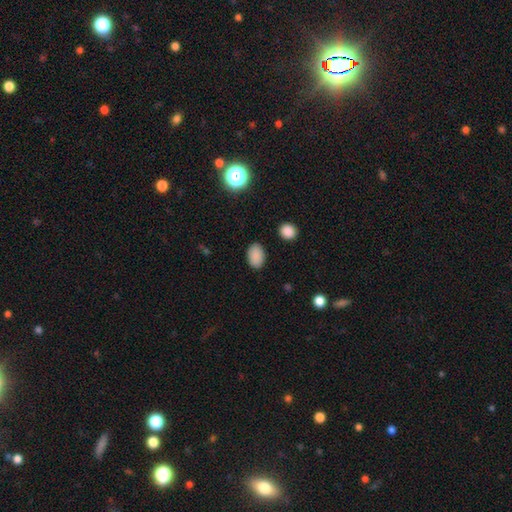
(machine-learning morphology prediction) smooth-or-featured: smooth: 88% | star or artifact: 9% | featured or disk: 3%
  how-rounded: in between: 88% | round: 11% | cigar-shaped: 1%
  merging: none: 88% | minor disturbance: 9% | major disturbance: 2% | merger: 2%